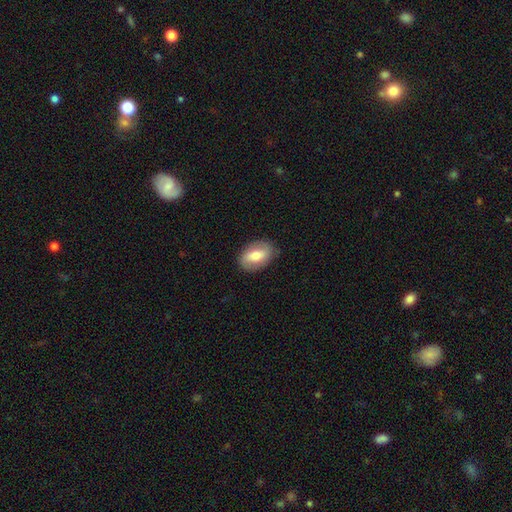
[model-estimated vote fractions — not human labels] Smooth or featured: smooth — 63% (featured or disk — 30%)
How rounded: in between — 89% (round — 10%)
Merging: none — 84% (minor disturbance — 12%)